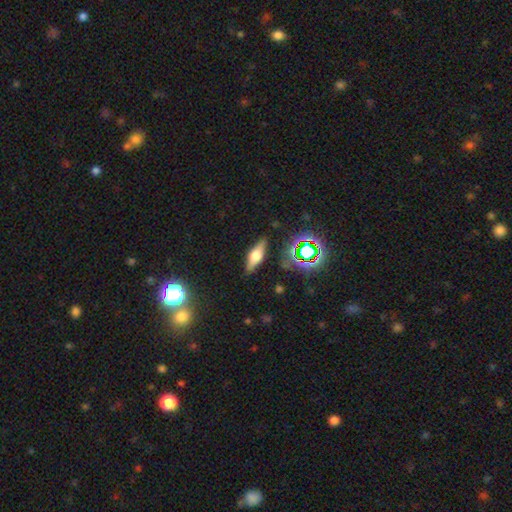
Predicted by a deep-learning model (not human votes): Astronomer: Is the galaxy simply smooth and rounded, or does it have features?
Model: featured or disk — 48% (runner-up: smooth, 40%).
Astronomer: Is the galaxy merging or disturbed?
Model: none — 85%.